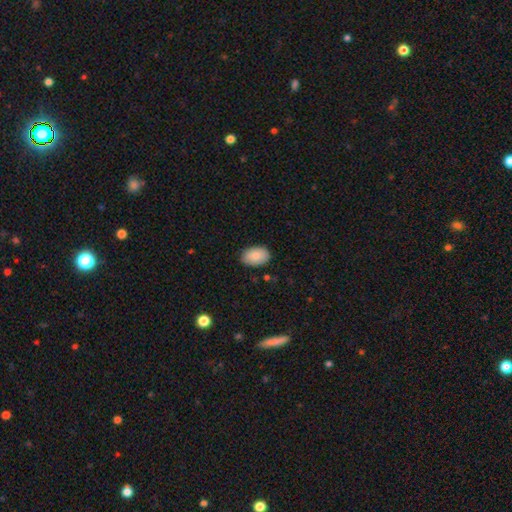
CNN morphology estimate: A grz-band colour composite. It shows a smooth galaxy with no disk features (86%) that is in between round and cigar-shaped (90%). Merging: none (83%).